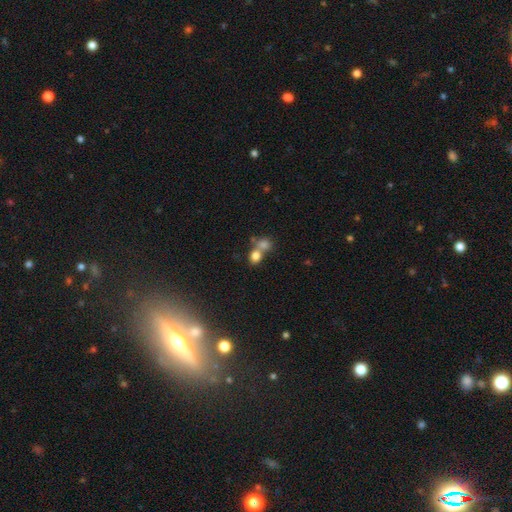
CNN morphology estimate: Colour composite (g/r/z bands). It shows a smooth galaxy with no disk features (78%) that is round (60%). Merging: merger (55%).